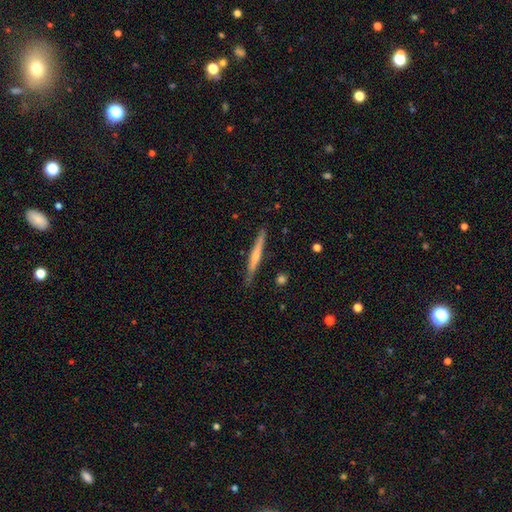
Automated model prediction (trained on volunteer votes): The model was most divided on "smooth or featured": featured or disk: 48%, smooth: 46%, star or artifact: 6%. More confident: merging — none (86%).